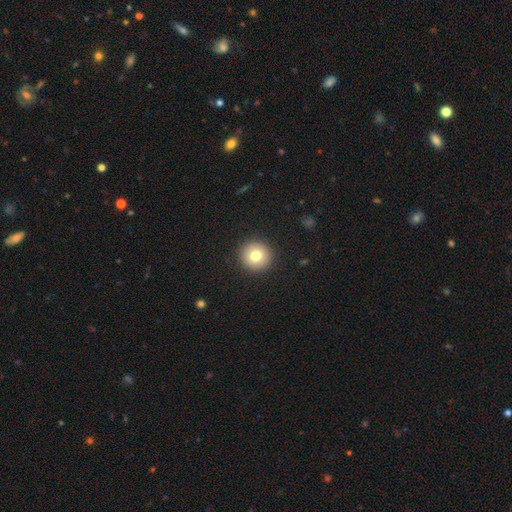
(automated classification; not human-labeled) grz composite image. It shows a smooth galaxy with no disk features (76%) that is round (95%). Merging: none (93%).